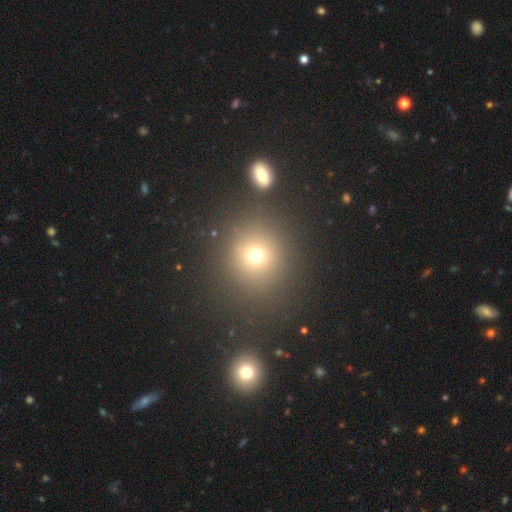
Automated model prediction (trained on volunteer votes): This appears to be a smooth galaxy with no disk features (69%) that is round (87%). Merging: none (80%).